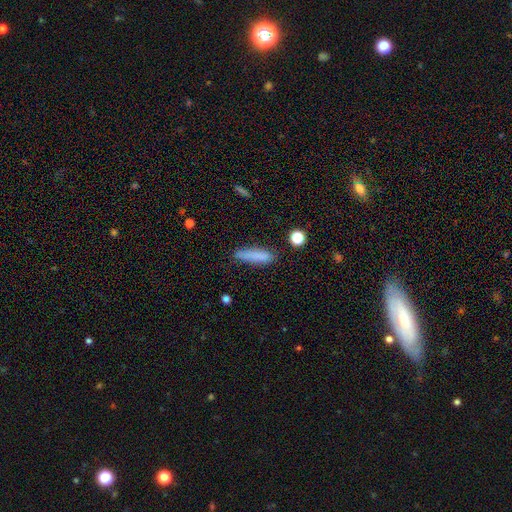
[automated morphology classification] type=smooth (83%); roundness=cigar-shaped (76%); merging=none (75%).